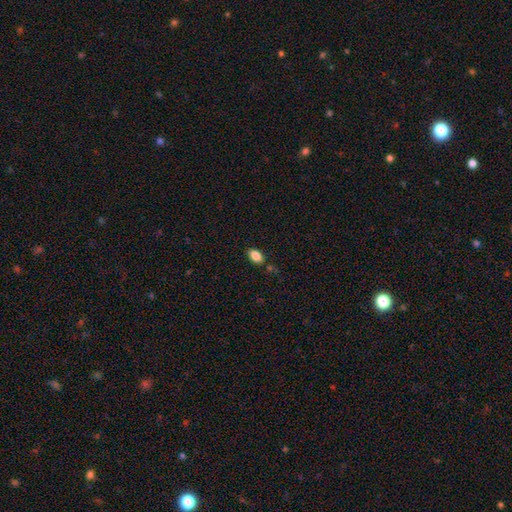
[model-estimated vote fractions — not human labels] Smooth or featured? Predicted: smooth (p=0.85). How rounded? Predicted: in between (p=0.91). Merging? Predicted: none (p=0.81).